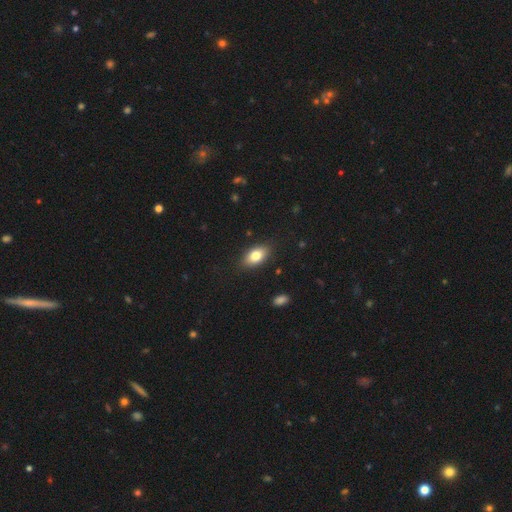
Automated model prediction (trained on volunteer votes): The model was most divided on "smooth or featured": smooth: 80%, featured or disk: 12%, star or artifact: 7%. More confident: how rounded — in between (89%); merging — none (85%).